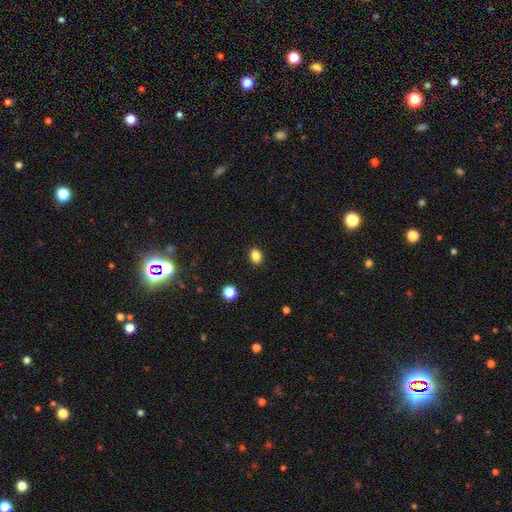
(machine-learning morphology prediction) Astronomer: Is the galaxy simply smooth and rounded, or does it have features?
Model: smooth — 84%.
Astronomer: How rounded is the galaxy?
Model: in between — 64%.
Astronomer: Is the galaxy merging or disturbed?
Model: none — 90%.